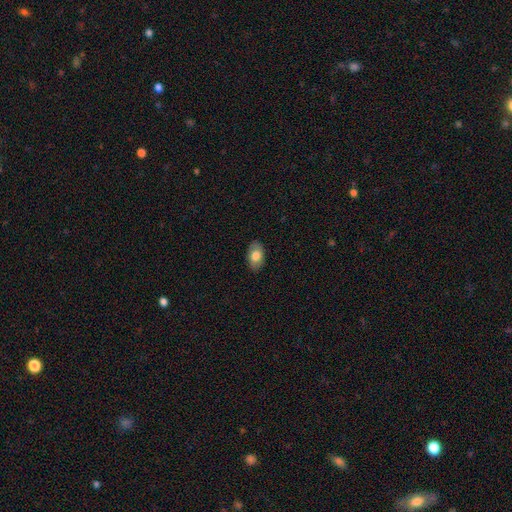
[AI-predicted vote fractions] A smooth galaxy with no disk features (77%) that is in between round and cigar-shaped (92%). Merging: none (87%).